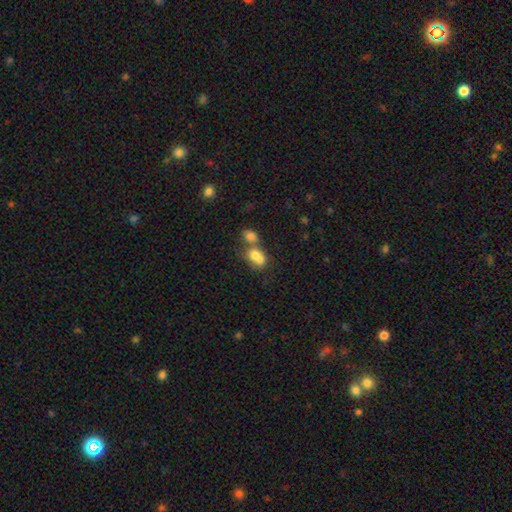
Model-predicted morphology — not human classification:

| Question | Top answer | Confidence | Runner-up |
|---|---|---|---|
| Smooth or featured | smooth | 72% | featured or disk (17%) |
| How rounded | in between | 50% | round (49%) |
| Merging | merger | 68% | none (21%) |